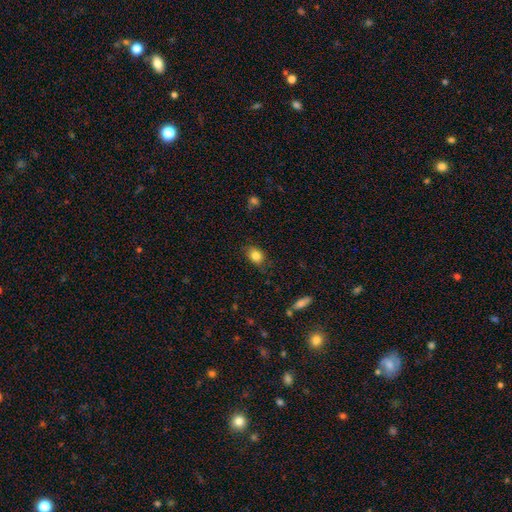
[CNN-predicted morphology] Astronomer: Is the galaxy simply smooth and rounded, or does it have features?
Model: smooth — 84%.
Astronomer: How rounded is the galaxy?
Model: in between — 68%.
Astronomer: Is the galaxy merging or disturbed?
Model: none — 79%.